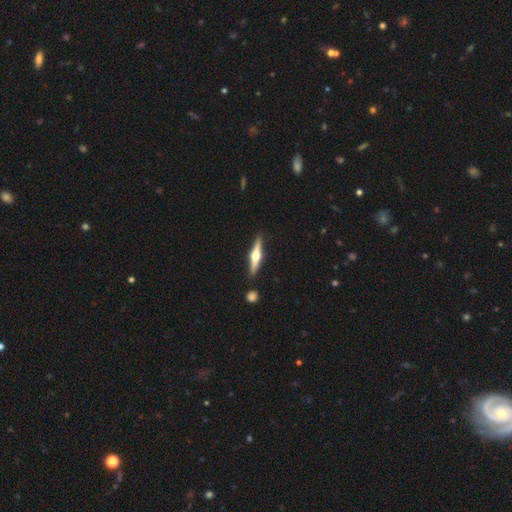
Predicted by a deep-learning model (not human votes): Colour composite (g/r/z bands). It shows a featured or disk galaxy (69%) viewed edge-on (97%) with a rounded central bulge (95%). Merging: none (87%).